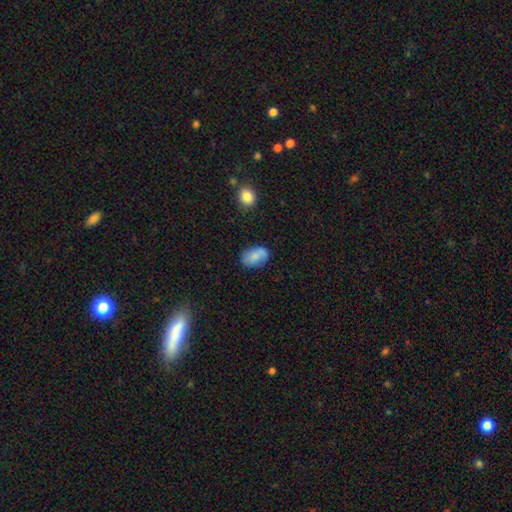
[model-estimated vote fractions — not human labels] Smooth or featured? smooth (75%)
How rounded? in between (88%)
Merging? none (72%)